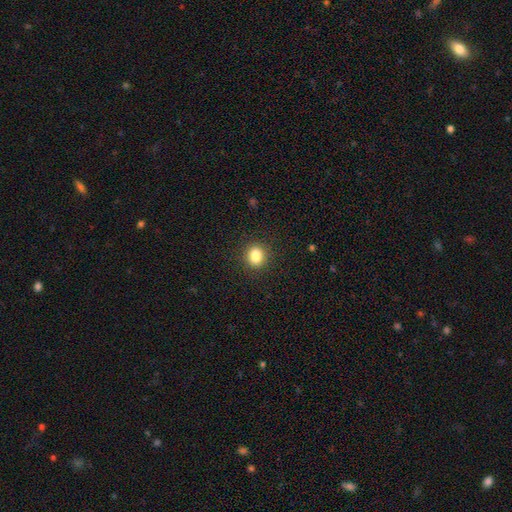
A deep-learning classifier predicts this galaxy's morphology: smooth-or-featured: smooth: 84% | star or artifact: 11% | featured or disk: 5%
  how-rounded: round: 72% | in between: 27% | cigar-shaped: 1%
  merging: none: 90% | minor disturbance: 7% | major disturbance: 2% | merger: 1%